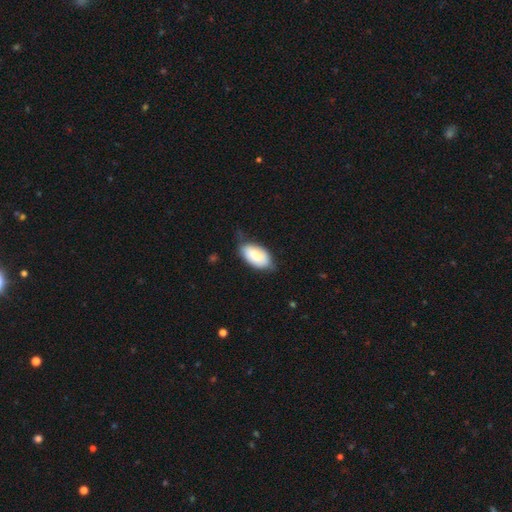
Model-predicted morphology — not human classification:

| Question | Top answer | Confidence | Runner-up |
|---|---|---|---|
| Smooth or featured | smooth | 82% | featured or disk (12%) |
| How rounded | in between | 95% | round (3%) |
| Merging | none | 60% | minor disturbance (31%) |